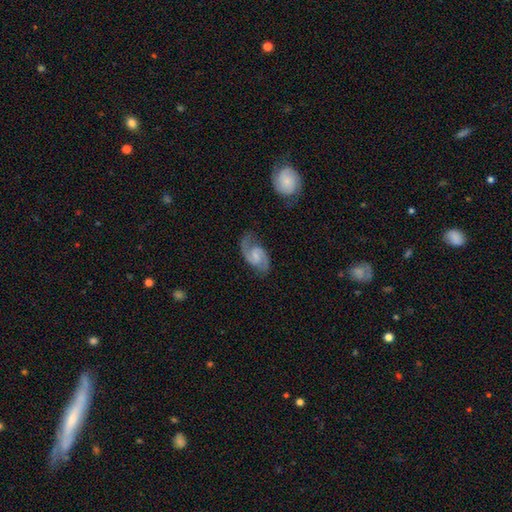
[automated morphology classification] Smooth or featured? Predicted: featured or disk (p=0.88). Edge-on disk? Predicted: no (p=0.98). Bar? Predicted: weak (p=0.52). Spiral arms? Predicted: yes (p=0.98). Spiral winding? Predicted: medium (p=0.59). Spiral arm count? Predicted: 2 (p=0.93). Bulge size? Predicted: small (p=0.41). Merging? Predicted: none (p=0.77).